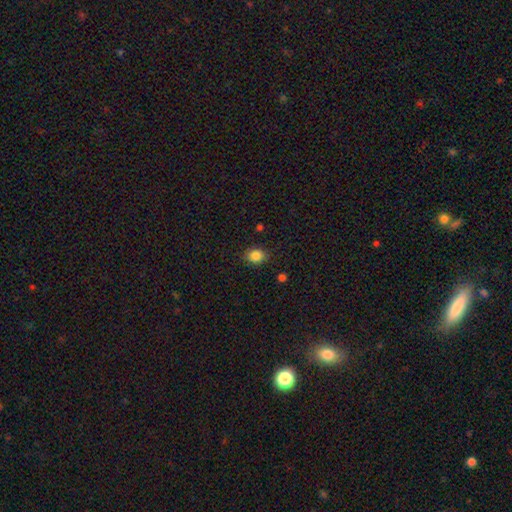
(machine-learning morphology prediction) Overall: smooth (85%). How rounded: round (53%; in between 46%). Merging: none (86%).